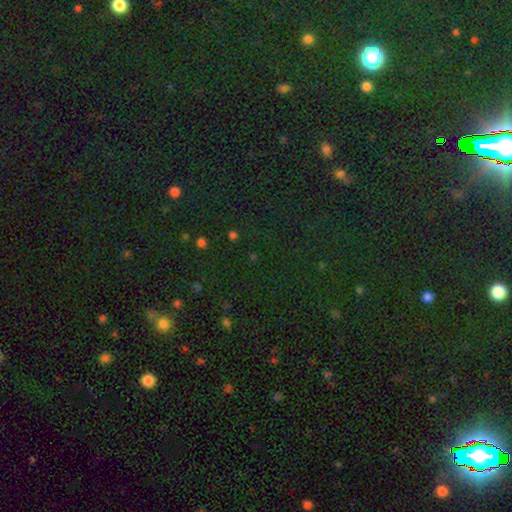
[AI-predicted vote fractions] A star or artifact, not a galaxy (74%).

Vote fractions:
- Smooth or featured? star or artifact: 74% / smooth: 18% / featured or disk: 8%